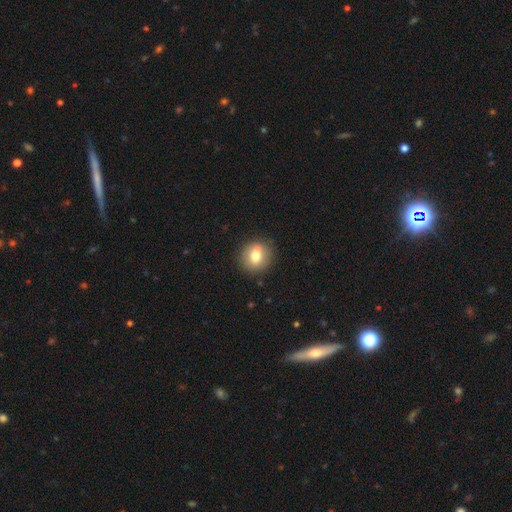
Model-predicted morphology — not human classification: Smooth or featured?
  - smooth: 70% *
  - featured or disk: 20%
  - star or artifact: 9%
How rounded?
  - round: 80% *
  - in between: 19%
  - cigar-shaped: 1%
Merging?
  - none: 73% *
  - minor disturbance: 12%
  - merger: 11%
  - major disturbance: 3%